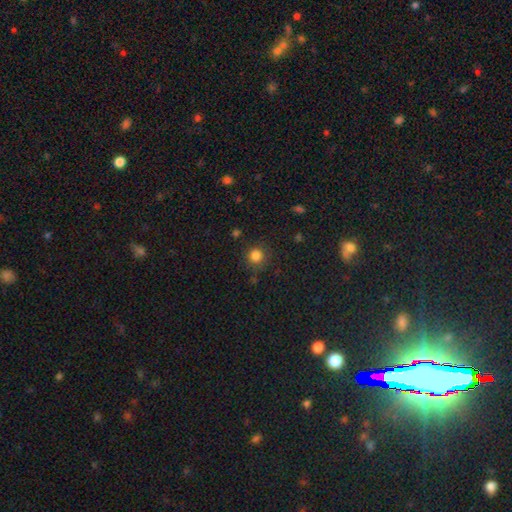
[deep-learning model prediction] Morphology: type=smooth (82%); roundness=round (92%); merging=none (83%).